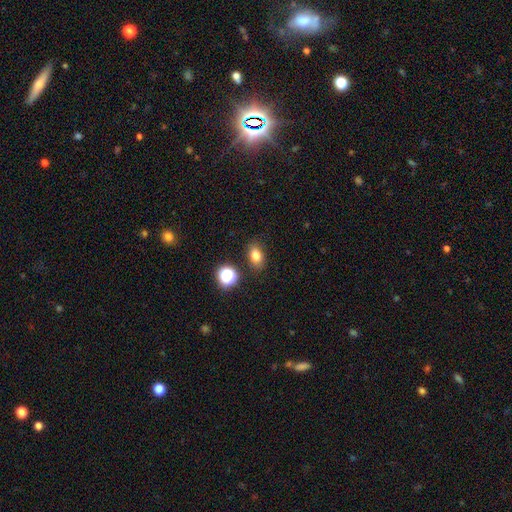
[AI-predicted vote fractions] Overall: smooth (79%). How rounded: in between (75%). Merging: none (84%).